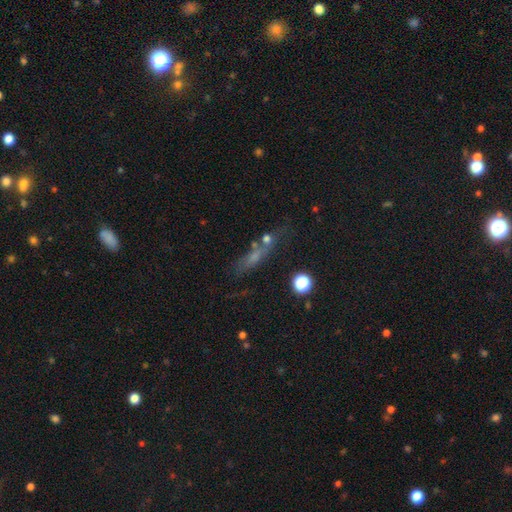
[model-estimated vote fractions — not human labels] Q: Smooth or featured?
A: smooth (43%); runner-up: featured or disk (32%)
Q: Merging?
A: none (57%); runner-up: minor disturbance (17%)